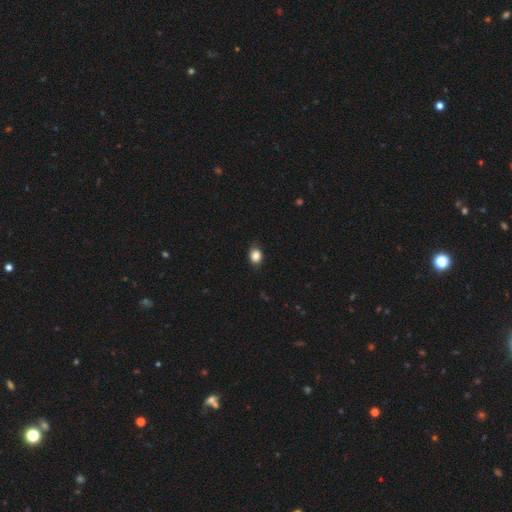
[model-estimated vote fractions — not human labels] Overall: smooth (85%). How rounded: round (51%; in between 48%). Merging: none (82%).